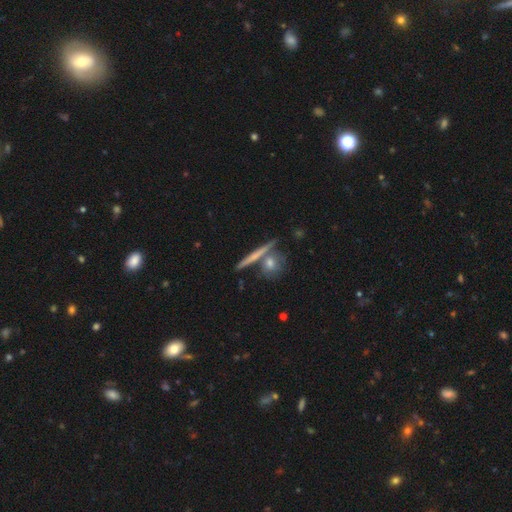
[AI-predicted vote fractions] Smooth or featured? Predicted: featured or disk (p=0.47). Merging? Predicted: none (p=0.73).